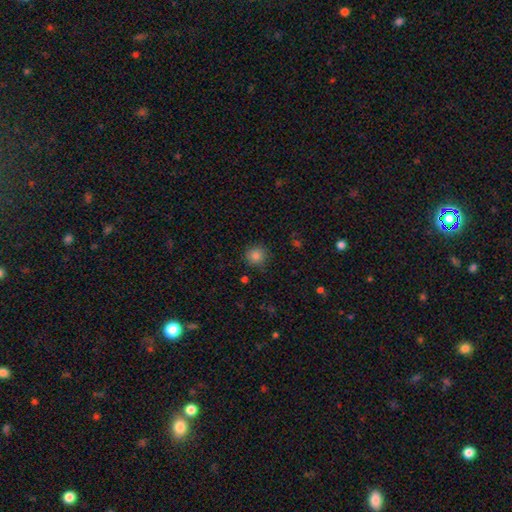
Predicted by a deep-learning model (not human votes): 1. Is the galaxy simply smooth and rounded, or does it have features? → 85% smooth, 11% star or artifact, 4% featured or disk.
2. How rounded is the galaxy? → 93% round, 6% in between, 1% cigar-shaped.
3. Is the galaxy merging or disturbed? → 88% none, 8% minor disturbance, 2% major disturbance, 1% merger.